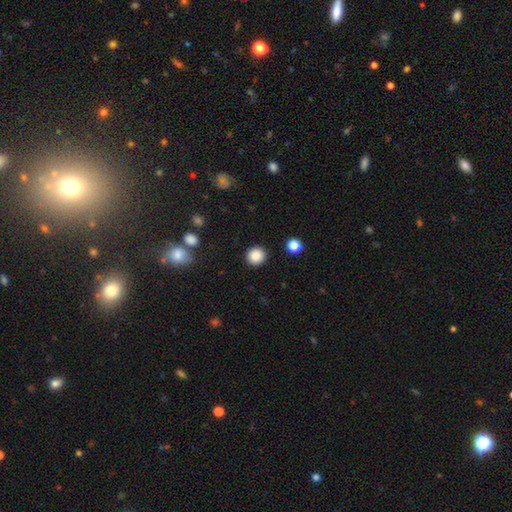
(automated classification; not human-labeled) Smooth or featured: smooth — 88% (star or artifact — 10%)
How rounded: round — 92% (in between — 7%)
Merging: none — 91% (minor disturbance — 6%)